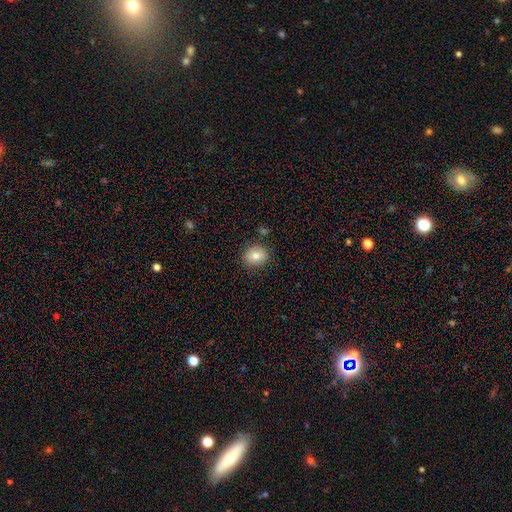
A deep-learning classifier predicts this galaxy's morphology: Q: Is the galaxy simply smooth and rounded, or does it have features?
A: smooth — 80%.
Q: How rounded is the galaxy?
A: round — 51%.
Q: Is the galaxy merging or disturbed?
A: none — 85%.